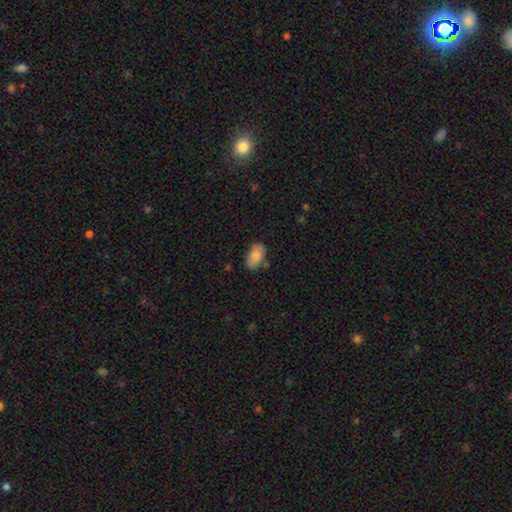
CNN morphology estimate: type=smooth (83%); roundness=in between (92%); merging=none (72%).